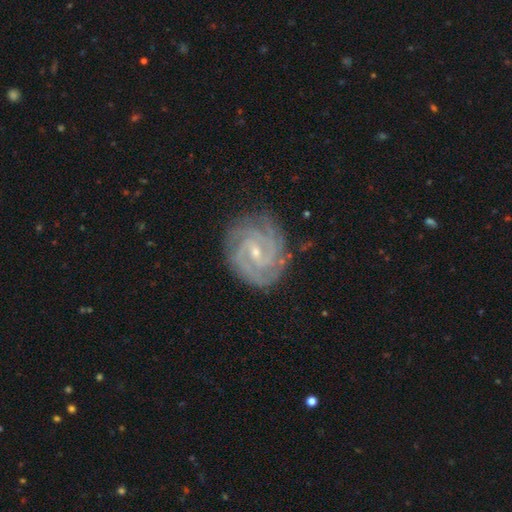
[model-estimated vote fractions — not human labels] Morphology: type=featured or disk (87%); edge-on=no (97%); bar=weak (47%); spiral arms=yes (98%); winding=tight (78%); arm count=2 (30%); bulge=small (69%); merging=none (82%).